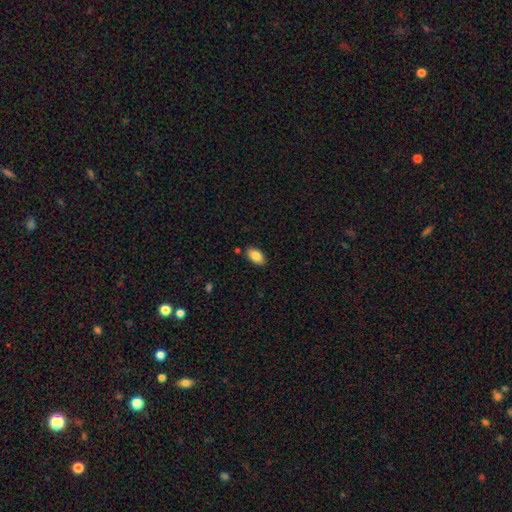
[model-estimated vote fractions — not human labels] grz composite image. It shows a smooth galaxy with no disk features (84%) that is in between round and cigar-shaped (93%). Merging: none (85%).